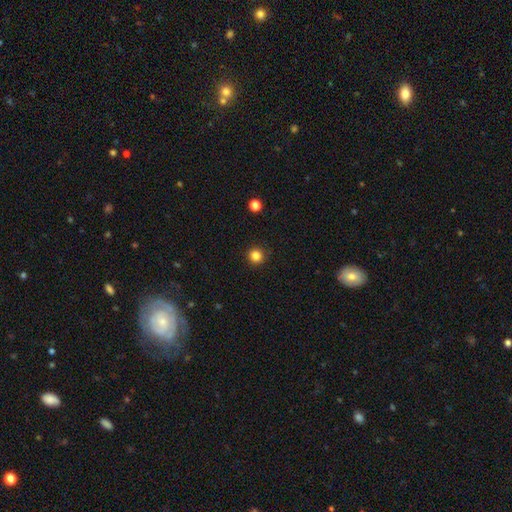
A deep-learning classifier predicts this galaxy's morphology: This appears to be a smooth galaxy with no disk features (83%) that is round (95%). Merging: none (92%).